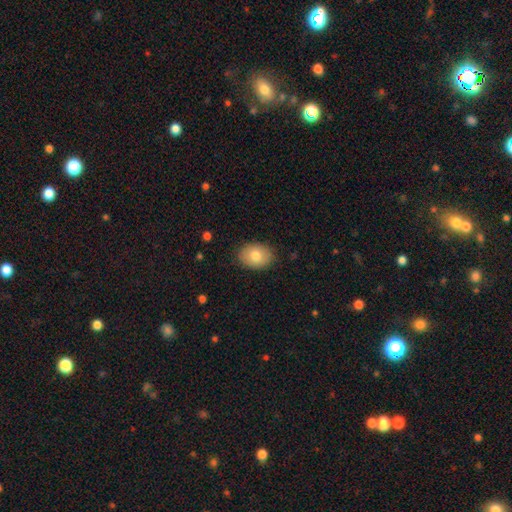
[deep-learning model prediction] smooth_or_featured: smooth (p=0.80) [alt: featured or disk p=0.13]
how_rounded: in between (p=0.73) [alt: round p=0.26]
merging: none (p=0.86) [alt: minor disturbance p=0.10]